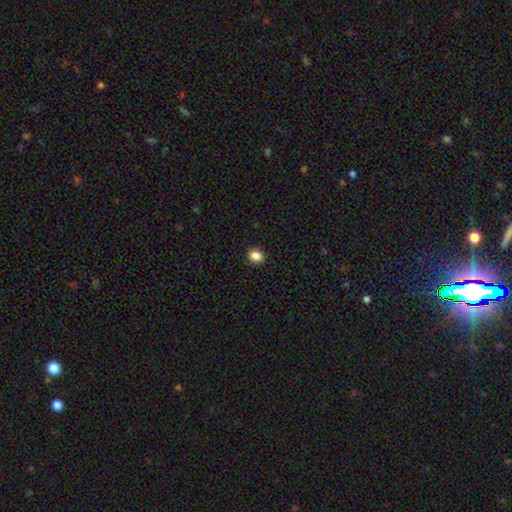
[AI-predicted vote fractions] Smooth or featured? Predicted: smooth (p=0.87). How rounded? Predicted: round (p=0.65). Merging? Predicted: none (p=0.92).